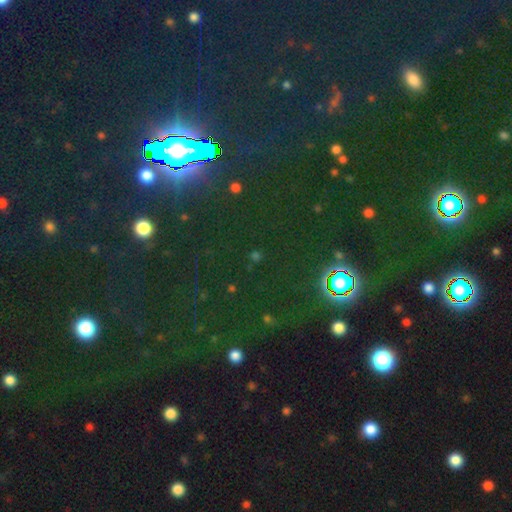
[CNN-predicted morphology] This is likely a star or artifact rather than a galaxy (72%).